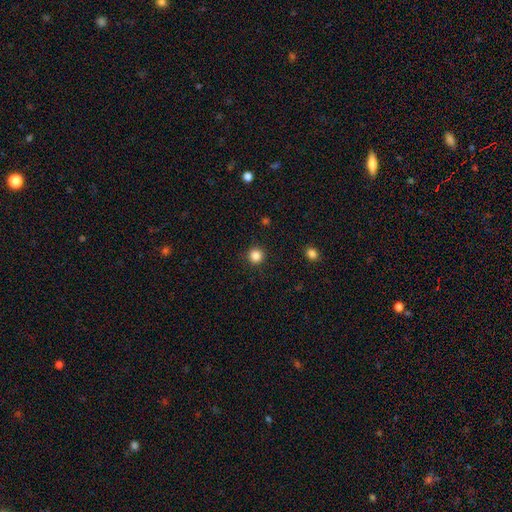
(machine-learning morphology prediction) This is clearly a smooth galaxy (85%). How rounded: clearly round (95%). Merging: clearly none (92%).